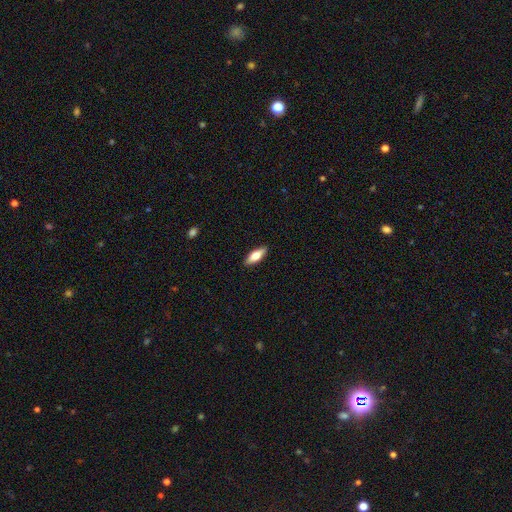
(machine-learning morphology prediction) type=smooth (66%); roundness=in between (62%); merging=none (90%).